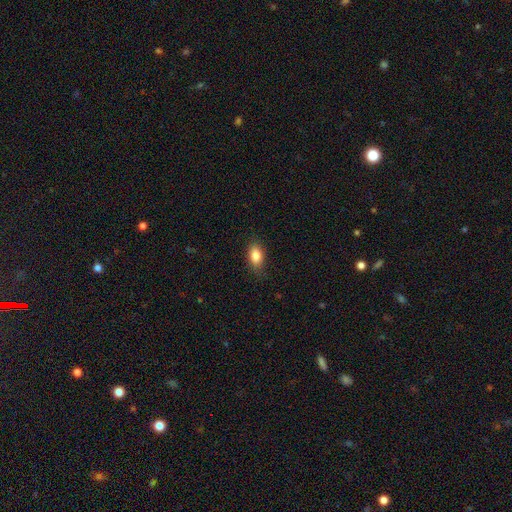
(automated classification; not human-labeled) The model was most divided on "merging": none: 83%, minor disturbance: 13%, major disturbance: 3%, merger: 1%. More confident: how rounded — in between (88%); smooth or featured — smooth (85%).